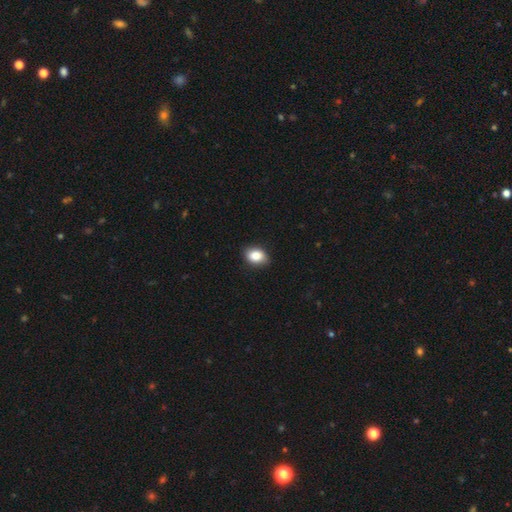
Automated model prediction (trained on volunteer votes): smooth-or-featured: smooth: 86% | star or artifact: 8% | featured or disk: 6%
  how-rounded: in between: 77% | round: 22% | cigar-shaped: 1%
  merging: none: 86% | minor disturbance: 11% | major disturbance: 2% | merger: 1%